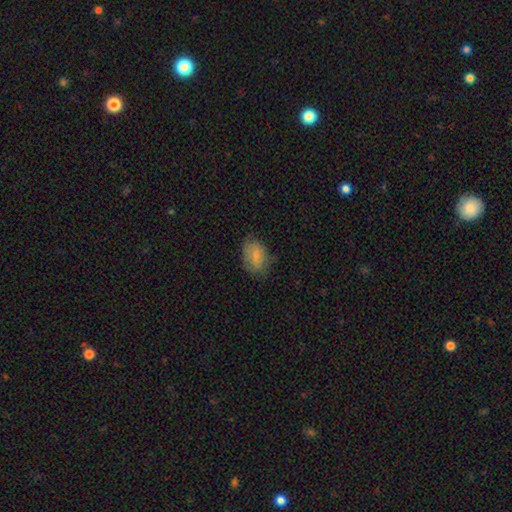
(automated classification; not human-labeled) Overall: smooth (75%). How rounded: in between (79%). Merging: none (63%; minor disturbance 28%).